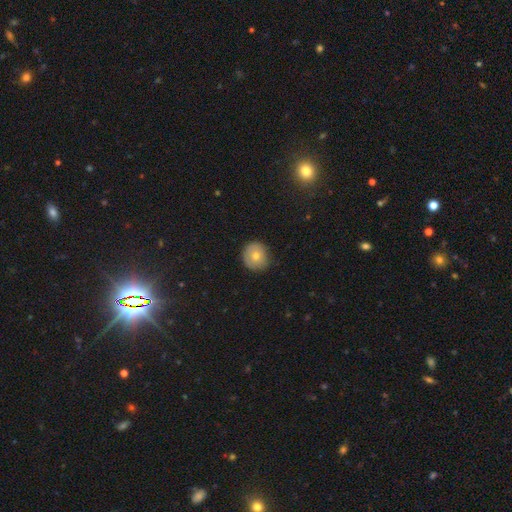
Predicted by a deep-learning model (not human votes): This appears to be a smooth galaxy with no disk features (72%) that is round (86%). Merging: none (80%).